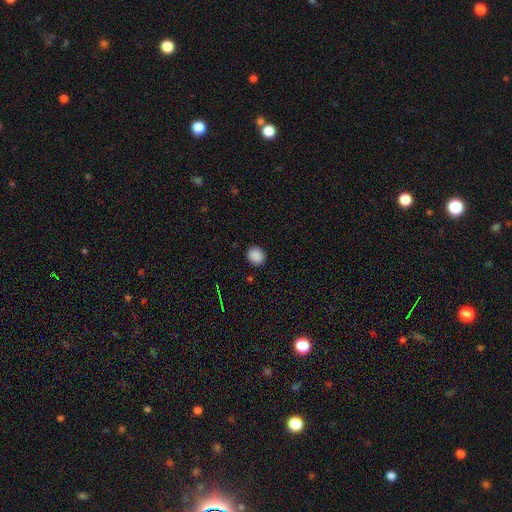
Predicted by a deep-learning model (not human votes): This is clearly a smooth galaxy (88%). How rounded: likely round (64%). Merging: clearly none (89%).